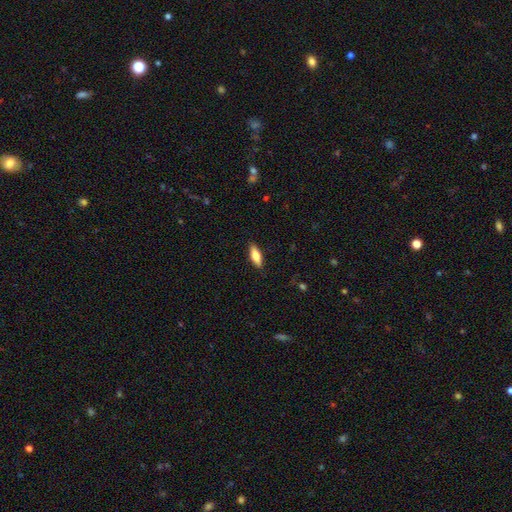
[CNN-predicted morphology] A smooth galaxy with no disk features (76%) that is in between round and cigar-shaped (66%). Merging: none (89%).